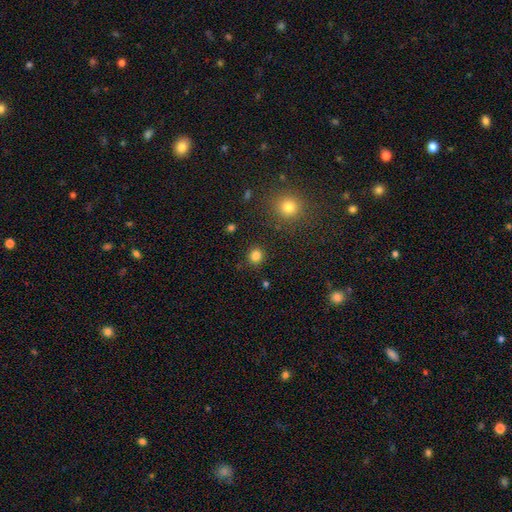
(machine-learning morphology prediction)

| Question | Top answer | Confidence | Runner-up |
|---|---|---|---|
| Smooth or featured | smooth | 83% | star or artifact (13%) |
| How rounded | round | 89% | in between (10%) |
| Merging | none | 89% | minor disturbance (6%) |